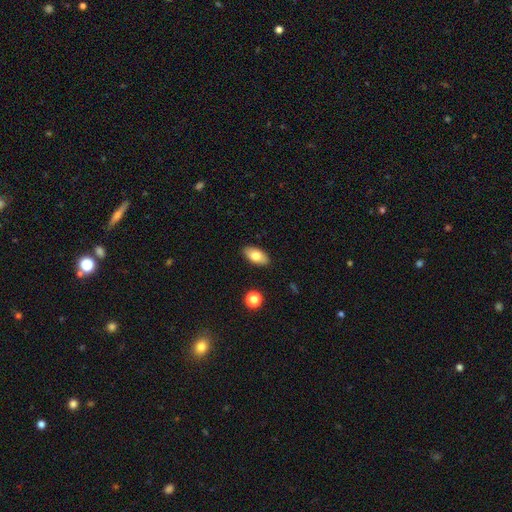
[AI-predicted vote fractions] The model was most divided on "smooth or featured": smooth: 76%, featured or disk: 16%, star or artifact: 7%. More confident: how rounded — in between (91%); merging — none (89%).